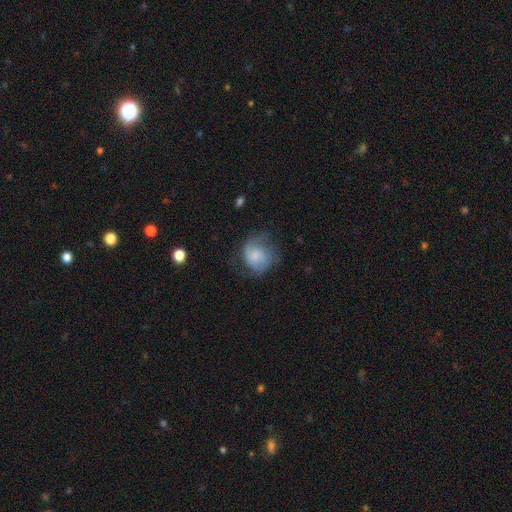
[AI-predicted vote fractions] A featured or disk galaxy (49%).

Vote fractions:
- Smooth or featured? featured or disk: 49% / smooth: 43% / star or artifact: 8%
- Merging? none: 52% / minor disturbance: 26% / major disturbance: 21% / merger: 2%